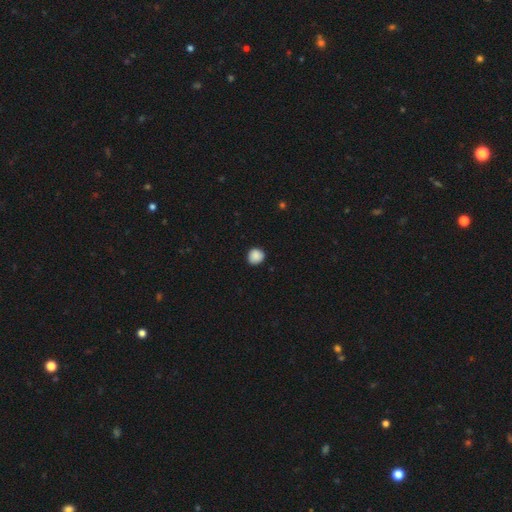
A smooth galaxy with no disk features (90%) that is round (74%).

Vote fractions:
- Smooth or featured? smooth: 90% / star or artifact: 10% / featured or disk: 0%
- How rounded? round: 74% / in between: 26% / cigar-shaped: 0%
- Merging? none: 89% / minor disturbance: 9% / merger: 3% / major disturbance: 0%